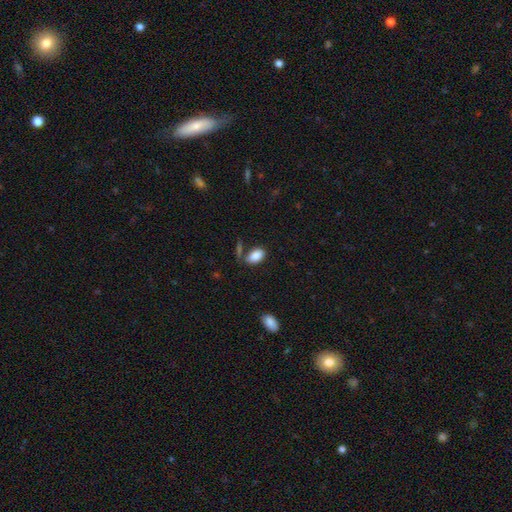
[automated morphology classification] This appears to be a smooth galaxy with no disk features (87%) that is in between round and cigar-shaped (93%). Merging: none (65%).